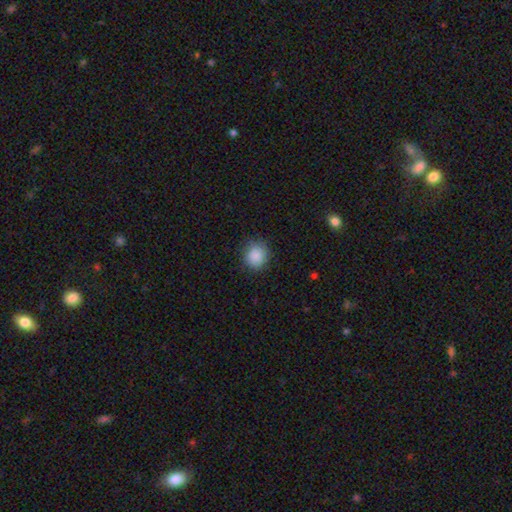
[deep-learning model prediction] smooth_or_featured: smooth (p=0.88) [alt: star or artifact p=0.08]
how_rounded: round (p=0.85) [alt: in between p=0.14]
merging: none (p=0.86) [alt: minor disturbance p=0.10]